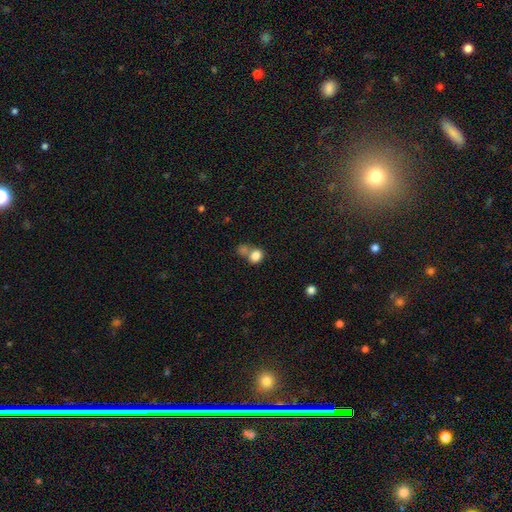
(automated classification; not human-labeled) Morphology: type=smooth (83%); roundness=round (57%); merging=merger (42%).